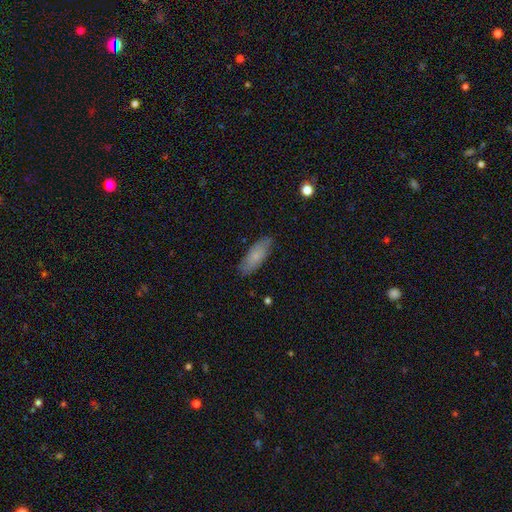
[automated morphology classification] Smooth or featured? smooth (76%)
How rounded? in between (69%)
Merging? none (83%)